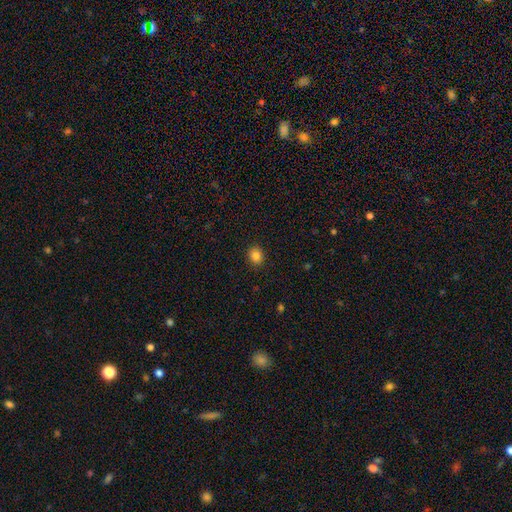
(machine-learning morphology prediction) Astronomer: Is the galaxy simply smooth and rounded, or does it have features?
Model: smooth — 85%.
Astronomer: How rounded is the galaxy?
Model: round — 69%.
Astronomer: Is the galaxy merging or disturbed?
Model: none — 90%.